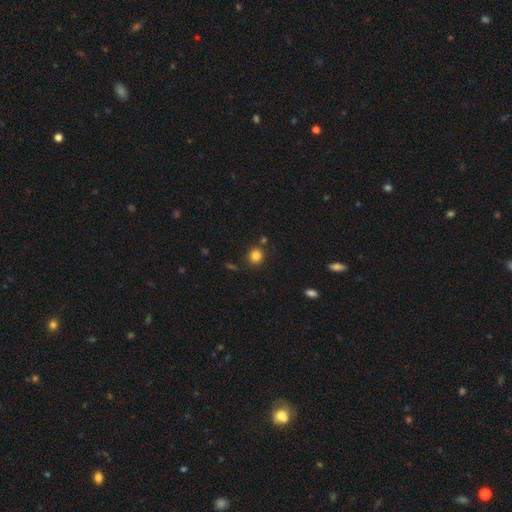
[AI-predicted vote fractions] Morphology: type=smooth (83%); roundness=round (86%); merging=none (85%).